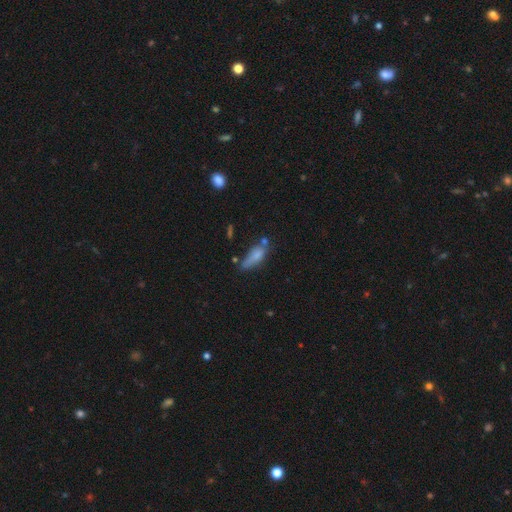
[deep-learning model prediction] Smooth or featured? Predicted: smooth (p=0.74). How rounded? Predicted: in between (p=0.60). Merging? Predicted: none (p=0.48).